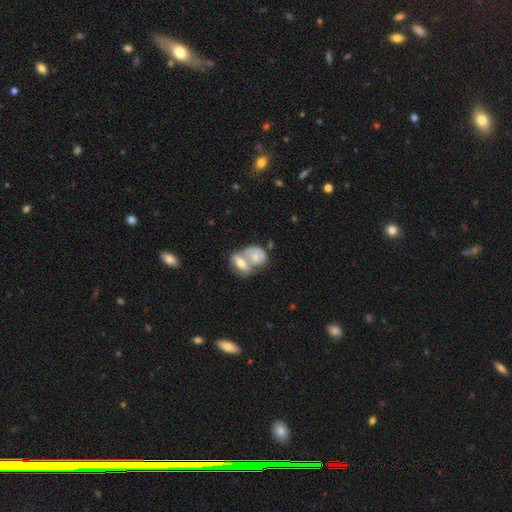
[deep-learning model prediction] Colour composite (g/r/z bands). It shows a smooth galaxy with no disk features (60%) that is in between round and cigar-shaped (71%). Merging: merger (69%).